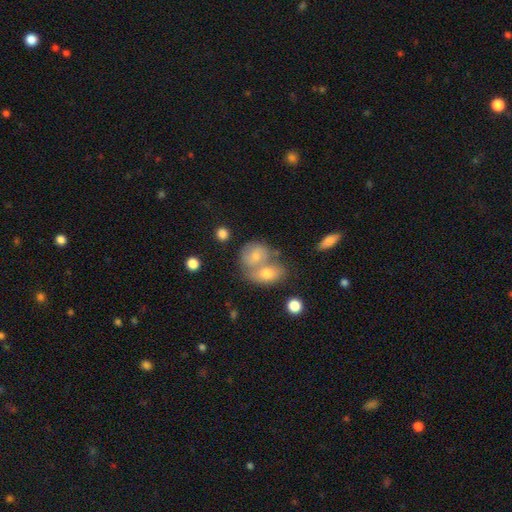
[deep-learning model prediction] A smooth galaxy with no disk features (65%) that is round (58%). Merging: merger (59%).